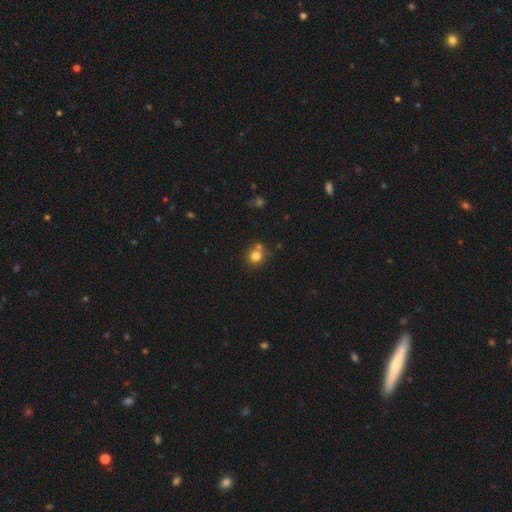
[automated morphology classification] smooth_or_featured: smooth (p=0.79) [alt: star or artifact p=0.13]
how_rounded: round (p=0.87) [alt: in between p=0.13]
merging: none (p=0.63) [alt: merger p=0.22]